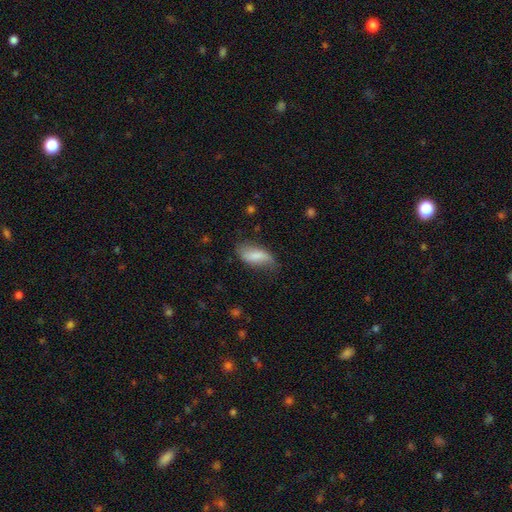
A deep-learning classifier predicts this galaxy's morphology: Overall: smooth (70%). How rounded: in between (82%). Merging: none (56%; minor disturbance 32%).